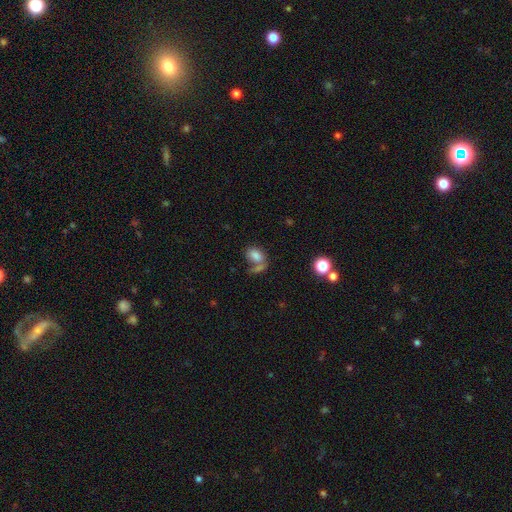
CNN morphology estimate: smooth 78%, star or artifact 11%, featured or disk 11%. Down the decision tree: how rounded — in between (83%); merging — merger (39%).